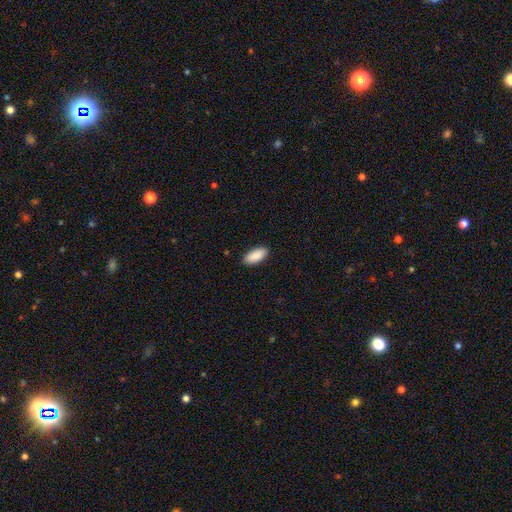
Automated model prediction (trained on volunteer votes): smooth_or_featured: smooth (p=0.91) [alt: star or artifact p=0.06]
how_rounded: in between (p=0.91) [alt: cigar-shaped p=0.08]
merging: none (p=0.90) [alt: minor disturbance p=0.08]